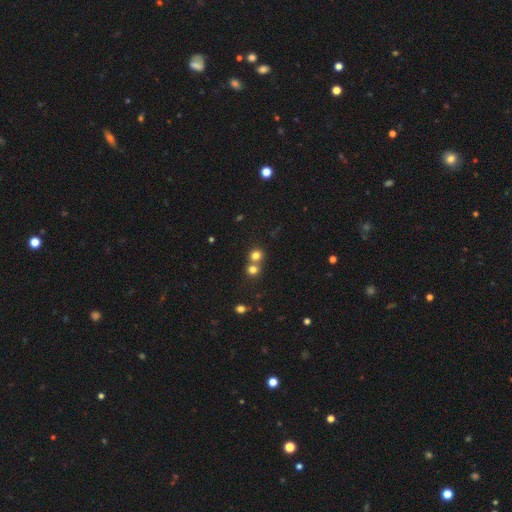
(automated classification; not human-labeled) Morphology: type=smooth (76%); roundness=round (83%); merging=merger (46%, tied with none).